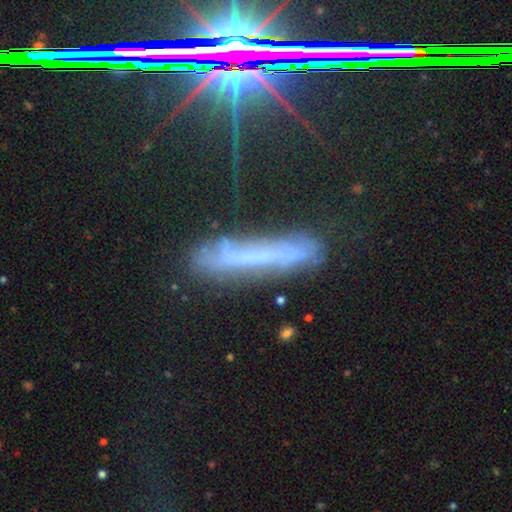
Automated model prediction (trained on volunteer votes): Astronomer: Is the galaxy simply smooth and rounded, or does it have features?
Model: featured or disk — 45% (runner-up: smooth, 30%).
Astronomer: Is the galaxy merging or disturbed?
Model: none — 70%.